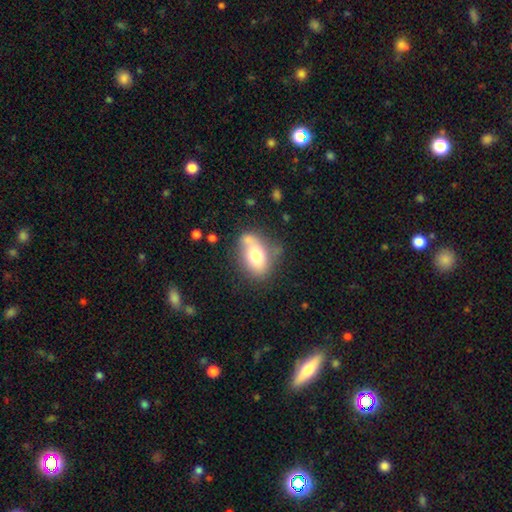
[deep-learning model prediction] smooth_or_featured: smooth (p=0.68) [alt: featured or disk p=0.24]
how_rounded: in between (p=0.81) [alt: round p=0.16]
merging: none (p=0.53) [alt: minor disturbance p=0.23]